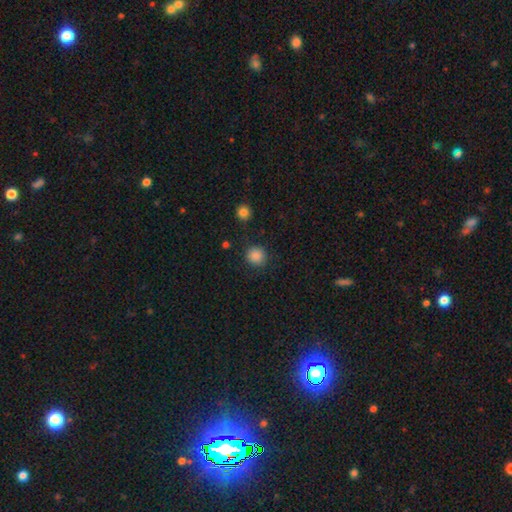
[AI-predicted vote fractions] Smooth or featured?
  - smooth: 86% *
  - star or artifact: 11%
  - featured or disk: 3%
How rounded?
  - round: 92% *
  - in between: 7%
  - cigar-shaped: 1%
Merging?
  - none: 87% *
  - minor disturbance: 8%
  - major disturbance: 3%
  - merger: 2%